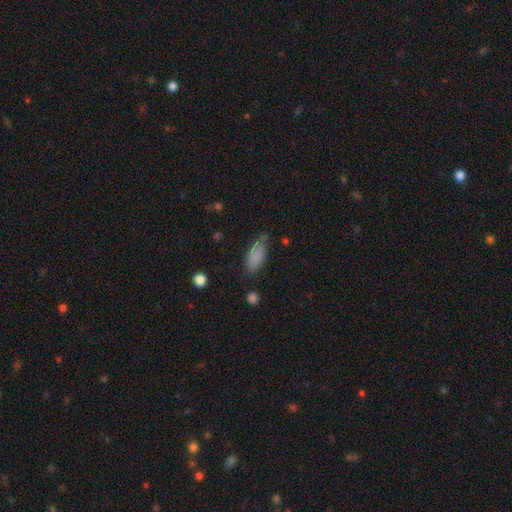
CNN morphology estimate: smooth_or_featured: smooth (p=0.84) [alt: featured or disk p=0.08]
how_rounded: in between (p=0.86) [alt: cigar-shaped p=0.11]
merging: none (p=0.63) [alt: minor disturbance p=0.27]